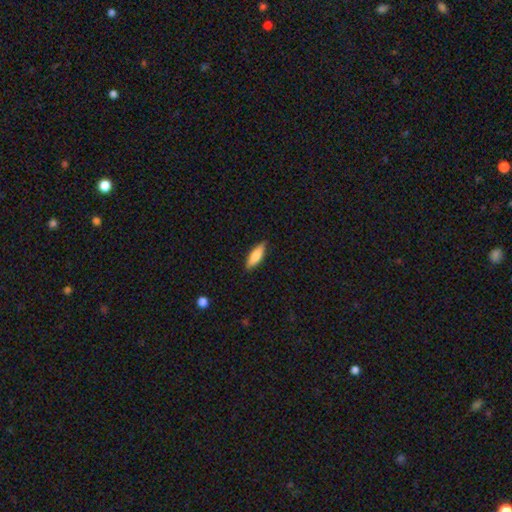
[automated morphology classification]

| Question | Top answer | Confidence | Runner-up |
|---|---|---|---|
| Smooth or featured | smooth | 72% | featured or disk (22%) |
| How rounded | in between | 50% | cigar-shaped (48%) |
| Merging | none | 86% | minor disturbance (10%) |